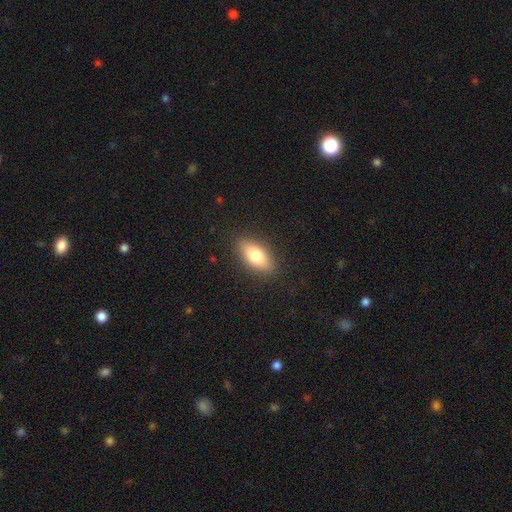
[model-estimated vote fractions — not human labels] A smooth galaxy with no disk features (78%) that is in between round and cigar-shaped (85%). Merging: none (87%).